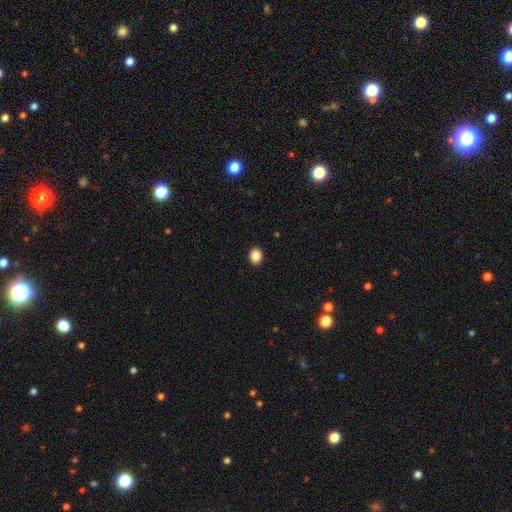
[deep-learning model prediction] This appears to be a smooth galaxy with no disk features (87%) that is round (60%). Merging: none (92%).